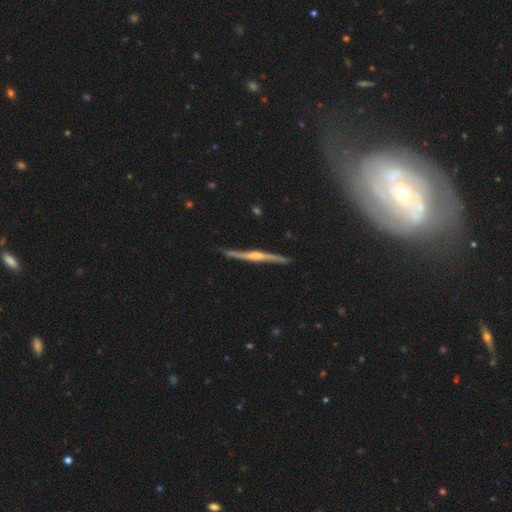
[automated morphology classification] The model was most divided on "edge-on bulge": rounded: 73%, none: 16%, boxy: 11%. More confident: edge-on disk — yes (89%); smooth or featured — featured or disk (80%); merging — none (79%).